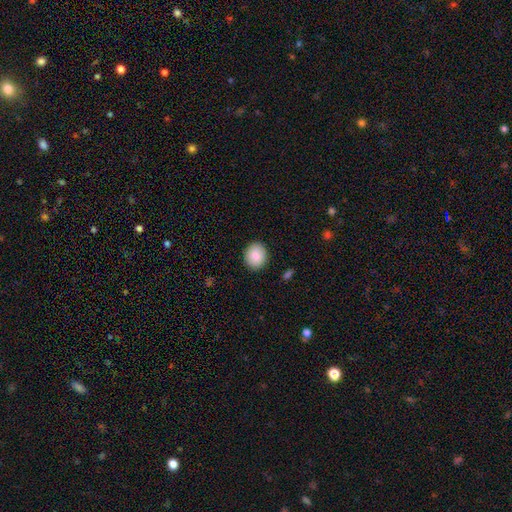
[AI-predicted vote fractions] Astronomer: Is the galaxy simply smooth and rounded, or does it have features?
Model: smooth — 85%.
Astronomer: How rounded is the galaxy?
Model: round — 67%.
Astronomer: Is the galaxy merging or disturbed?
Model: none — 90%.